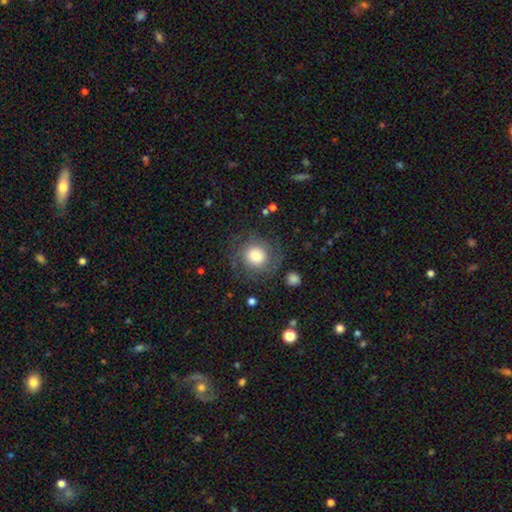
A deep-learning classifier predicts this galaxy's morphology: This appears to be a featured or disk galaxy (47%). Merging: none (73%).